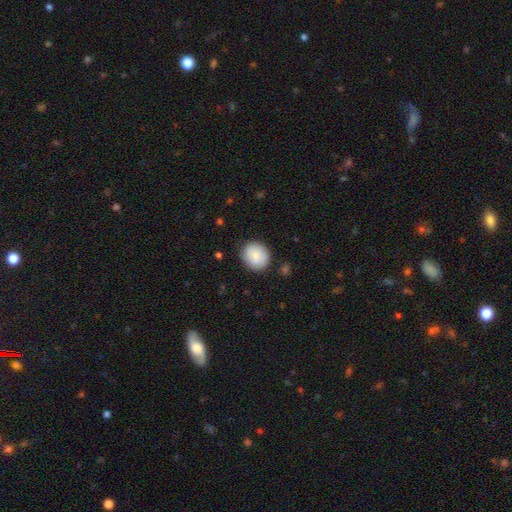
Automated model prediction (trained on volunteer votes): Smooth or featured? smooth (82%)
How rounded? round (79%)
Merging? none (85%)